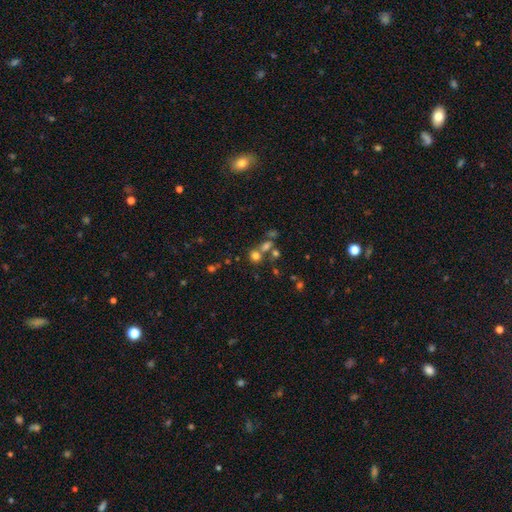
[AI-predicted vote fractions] A smooth galaxy with no disk features (68%) that is round (81%). Merging: none (55%).